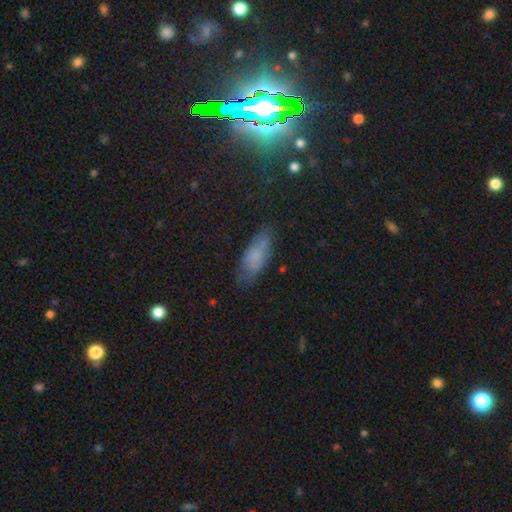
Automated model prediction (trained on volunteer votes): Overall: smooth (63%). How rounded: in between (71%). Merging: none (68%).